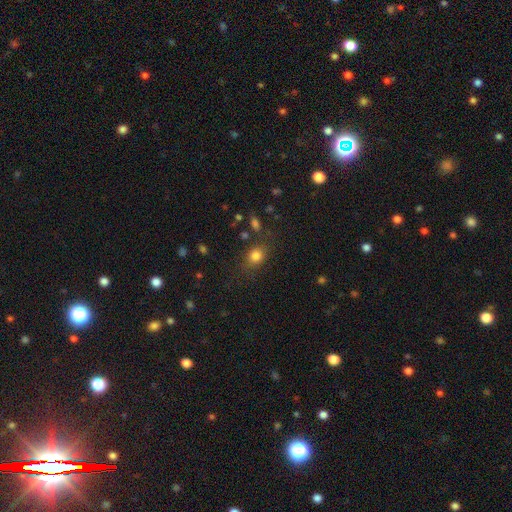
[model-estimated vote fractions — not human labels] Overall: smooth (81%). How rounded: round (55%; in between 43%). Merging: none (75%).